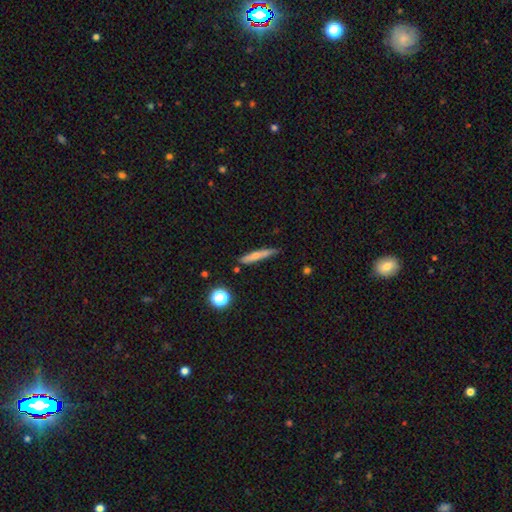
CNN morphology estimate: Overall: smooth (62%; featured or disk 29%). How rounded: cigar-shaped (89%). Merging: none (77%).